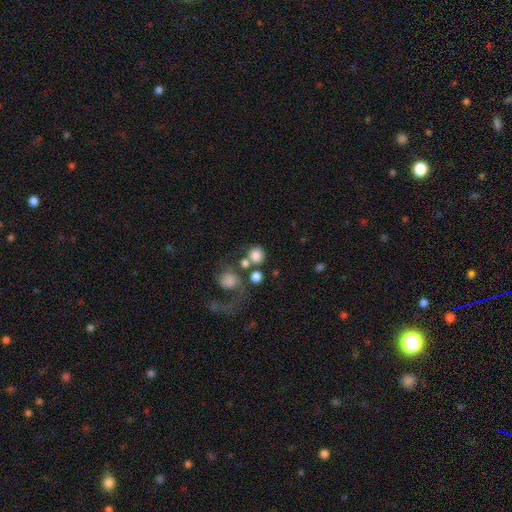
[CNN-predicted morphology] Overall: smooth (81%). How rounded: round (85%). Merging: none (53%; merger 26%).